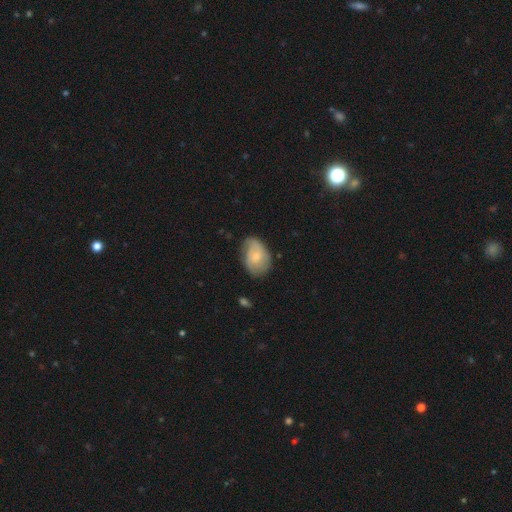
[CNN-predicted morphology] Smooth or featured?
  - smooth: 51% *
  - featured or disk: 43%
  - star or artifact: 6%
How rounded?
  - in between: 80% *
  - round: 18%
  - cigar-shaped: 1%
Merging?
  - none: 59% *
  - minor disturbance: 30%
  - major disturbance: 9%
  - merger: 2%